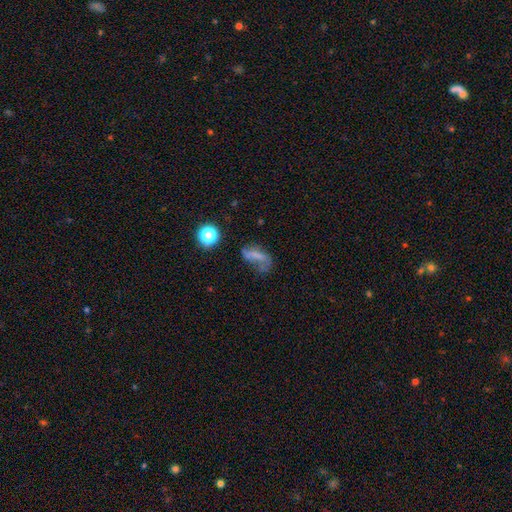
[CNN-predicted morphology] smooth-or-featured: smooth: 50% | featured or disk: 31% | star or artifact: 19%
  how-rounded: in between: 69% | cigar-shaped: 17% | round: 14%
  merging: major disturbance: 35% | none: 32% | minor disturbance: 25% | merger: 8%